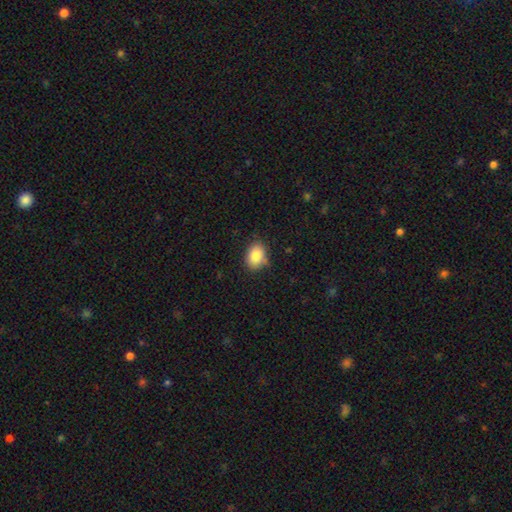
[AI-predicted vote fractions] Overall: smooth (83%). How rounded: in between (69%; round 30%). Merging: none (78%).